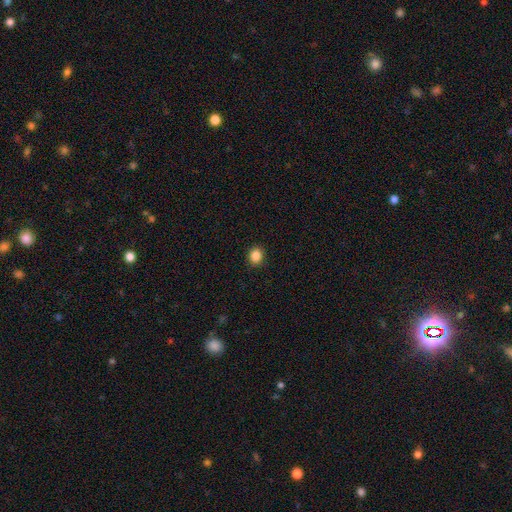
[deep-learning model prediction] Overall: smooth (87%). How rounded: round (72%). Merging: none (91%).